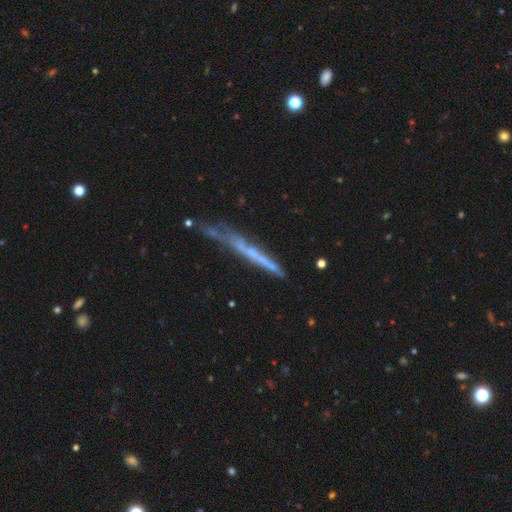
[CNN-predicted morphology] Overall: featured or disk (61%; smooth 30%). Edge-on disk: yes (87%). Edge-on bulge: none (77%). Merging: none (55%; minor disturbance 27%).